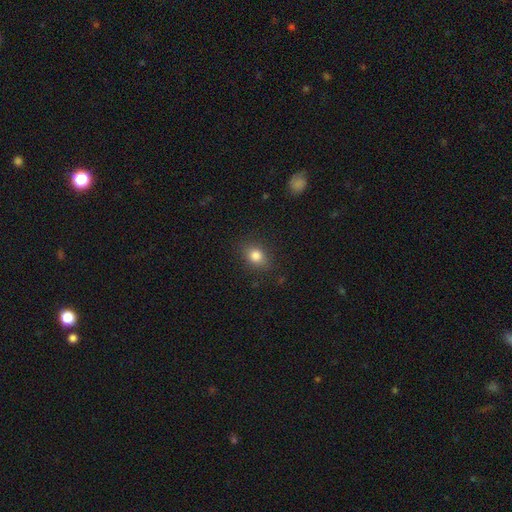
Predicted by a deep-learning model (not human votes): Morphology: type=smooth (82%); roundness=in between (57%); merging=none (85%).